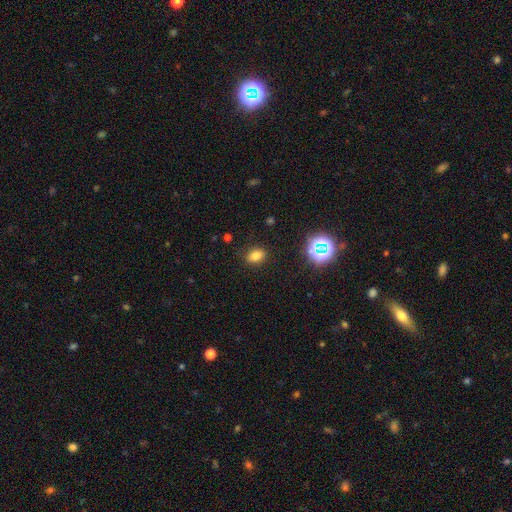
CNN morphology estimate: Smooth or featured?
  - smooth: 77% *
  - star or artifact: 17%
  - featured or disk: 6%
How rounded?
  - in between: 77% *
  - round: 21%
  - cigar-shaped: 2%
Merging?
  - none: 85% *
  - minor disturbance: 10%
  - major disturbance: 3%
  - merger: 1%